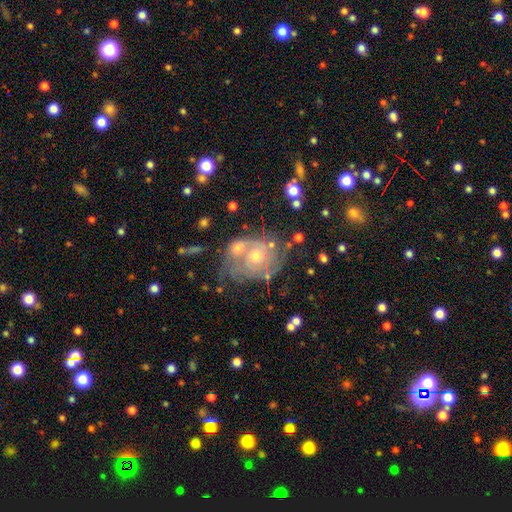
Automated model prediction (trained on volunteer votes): This is likely a featured or disk galaxy (67%). It is clearly not viewed edge-on (96%). Bar: clearly no (81%). Spiral arm pattern: likely yes (74%). Central bulge: possibly moderate (52%). Merging: marginally none (43%).